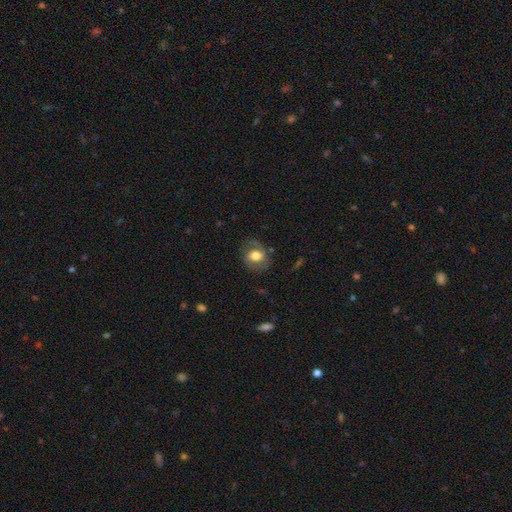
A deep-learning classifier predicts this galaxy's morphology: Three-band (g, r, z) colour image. It shows a smooth galaxy with no disk features (54%) that is round (50%). Merging: none (69%).